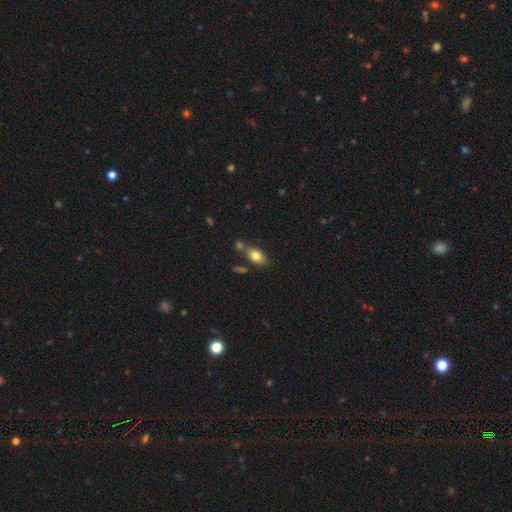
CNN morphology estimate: Smooth or featured?
  - smooth: 78% *
  - featured or disk: 14%
  - star or artifact: 8%
How rounded?
  - in between: 85% *
  - round: 10%
  - cigar-shaped: 5%
Merging?
  - none: 59% *
  - merger: 21%
  - minor disturbance: 15%
  - major disturbance: 5%